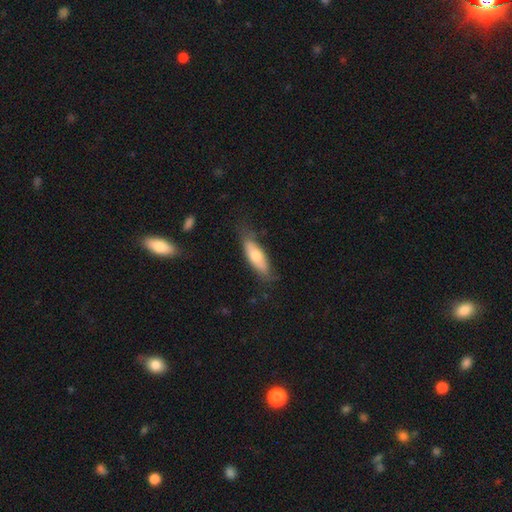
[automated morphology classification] Smooth or featured? Predicted: smooth (p=0.63). How rounded? Predicted: in between (p=0.53). Merging? Predicted: none (p=0.71).